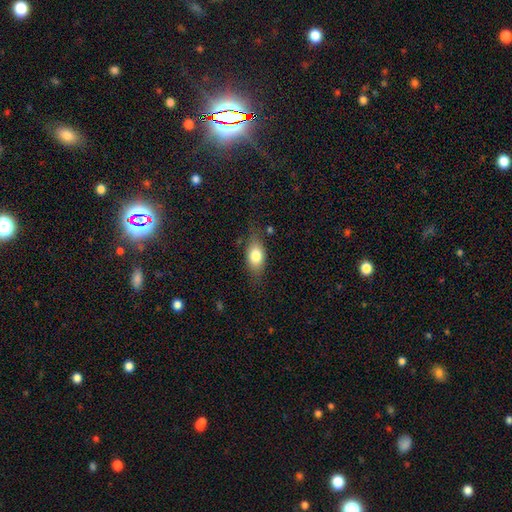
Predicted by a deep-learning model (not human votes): The model was most divided on "merging": none: 72%, minor disturbance: 20%, major disturbance: 6%, merger: 2%. More confident: how rounded — in between (83%); smooth or featured — smooth (76%).